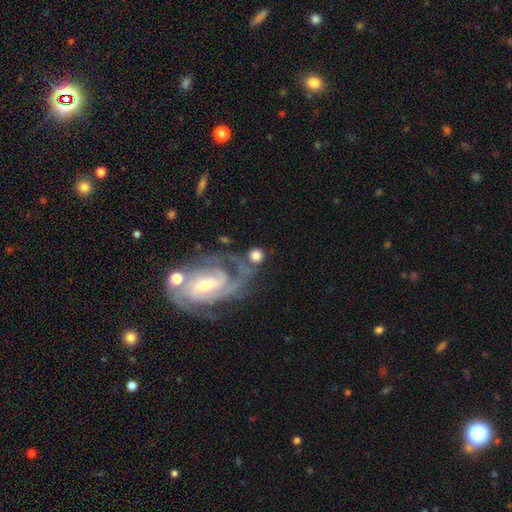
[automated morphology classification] Smooth or featured?
  - smooth: 61% *
  - featured or disk: 30%
  - star or artifact: 8%
How rounded?
  - round: 84% *
  - in between: 14%
  - cigar-shaped: 2%
Merging?
  - none: 64% *
  - merger: 13%
  - minor disturbance: 13%
  - major disturbance: 10%